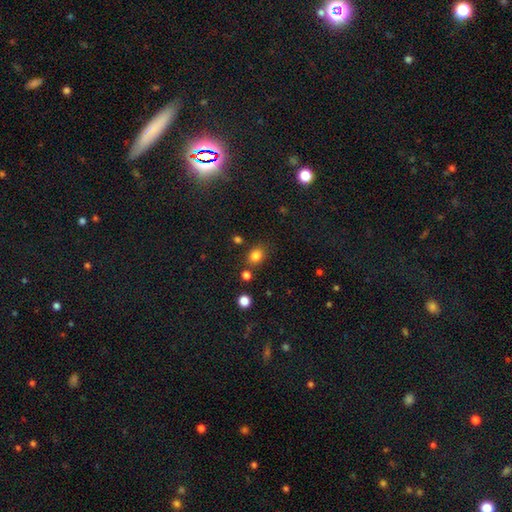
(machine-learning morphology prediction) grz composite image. It shows a smooth galaxy with no disk features (81%) that is round (51%). Merging: none (79%).